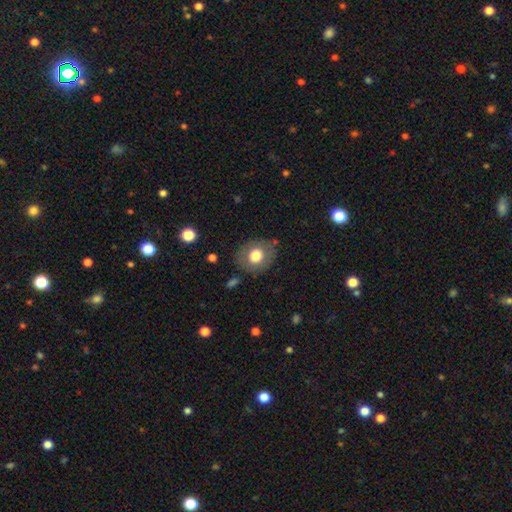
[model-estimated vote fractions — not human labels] This is likely a smooth galaxy (69%). How rounded: possibly round (59%). Merging: clearly none (80%).